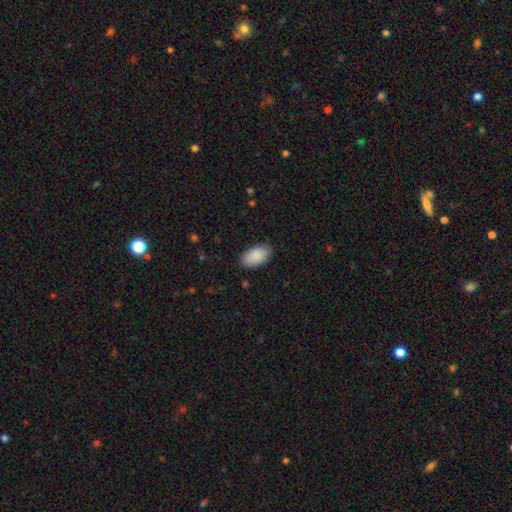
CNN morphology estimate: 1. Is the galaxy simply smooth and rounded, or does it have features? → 89% smooth, 6% star or artifact, 5% featured or disk.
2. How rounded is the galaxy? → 95% in between, 3% round, 1% cigar-shaped.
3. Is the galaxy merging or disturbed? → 86% none, 11% minor disturbance, 2% major disturbance, 1% merger.